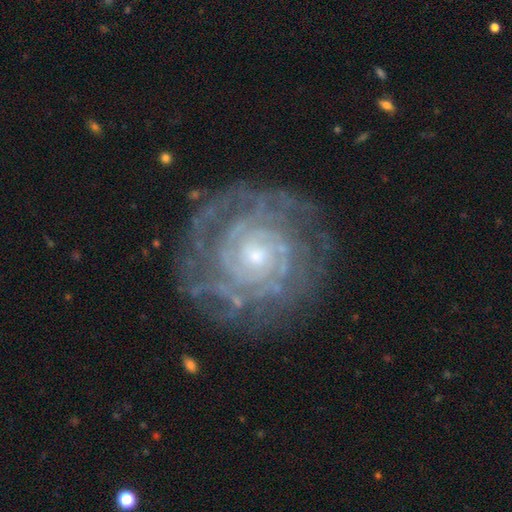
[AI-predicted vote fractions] Morphology: type=featured or disk (87%); edge-on=no (97%); bar=no (75%); spiral arms=yes (95%); winding=tight (82%); arm count=can't tell (38%); bulge=small (69%); merging=none (78%).